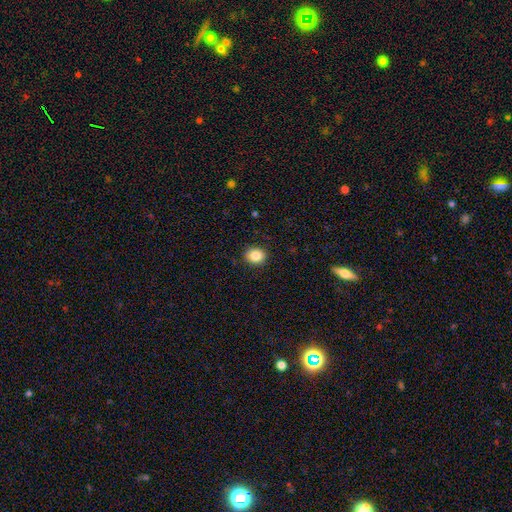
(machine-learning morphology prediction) smooth 85%, star or artifact 10%, featured or disk 5%. Down the decision tree: how rounded — round (76%); merging — none (90%).